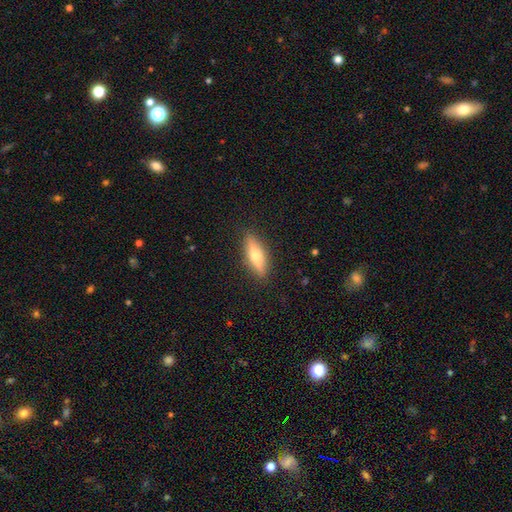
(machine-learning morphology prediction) Q: Smooth or featured?
A: smooth (48%); runner-up: featured or disk (45%)
Q: Merging?
A: none (88%); runner-up: minor disturbance (8%)